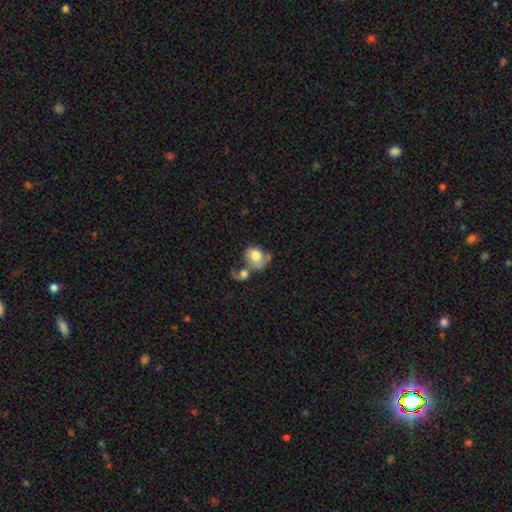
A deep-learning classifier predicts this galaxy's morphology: This appears to be a smooth galaxy with no disk features (62%) that is round (56%). Merging: merger (50%).